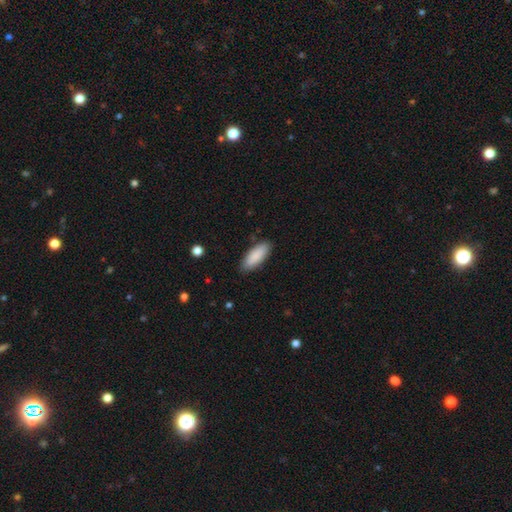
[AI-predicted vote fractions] smooth_or_featured: smooth (p=0.89) [alt: star or artifact p=0.06]
how_rounded: in between (p=0.71) [alt: cigar-shaped p=0.27]
merging: none (p=0.86) [alt: minor disturbance p=0.10]